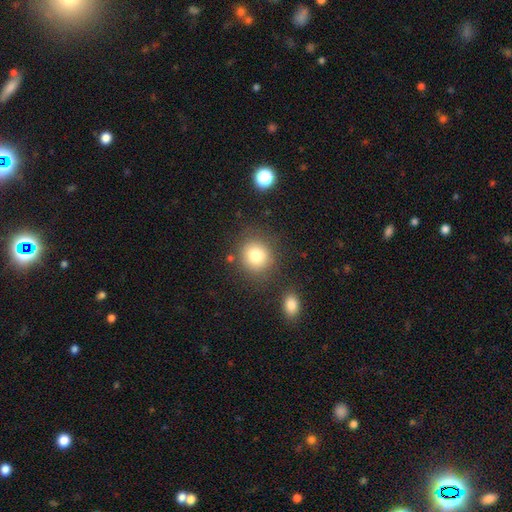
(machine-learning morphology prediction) smooth_or_featured: smooth (p=0.81) [alt: star or artifact p=0.11]
how_rounded: round (p=0.85) [alt: in between p=0.14]
merging: none (p=0.79) [alt: minor disturbance p=0.11]